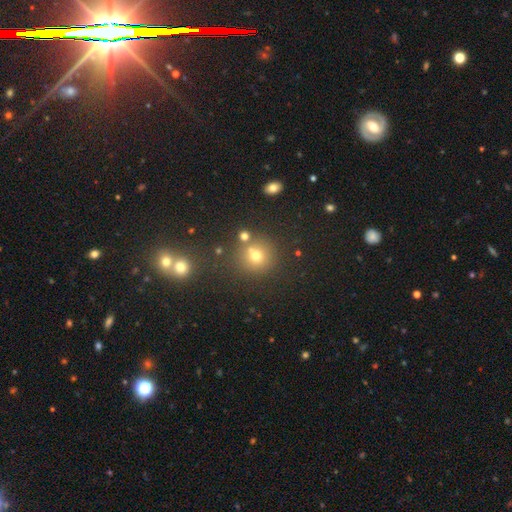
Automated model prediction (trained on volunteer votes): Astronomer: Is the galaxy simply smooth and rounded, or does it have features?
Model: smooth — 66%.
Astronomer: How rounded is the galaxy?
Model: round — 89%.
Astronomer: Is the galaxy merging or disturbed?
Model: none — 70%.